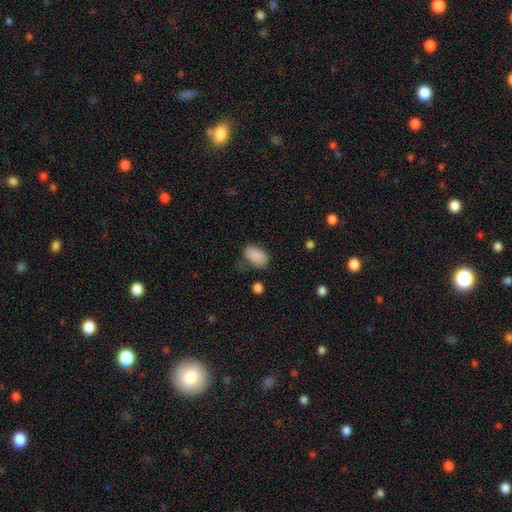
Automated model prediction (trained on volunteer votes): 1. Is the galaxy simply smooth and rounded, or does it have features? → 81% smooth, 10% featured or disk, 8% star or artifact.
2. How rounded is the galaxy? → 90% in between, 9% round, 1% cigar-shaped.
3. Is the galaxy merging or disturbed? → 53% none, 31% minor disturbance, 13% major disturbance, 4% merger.